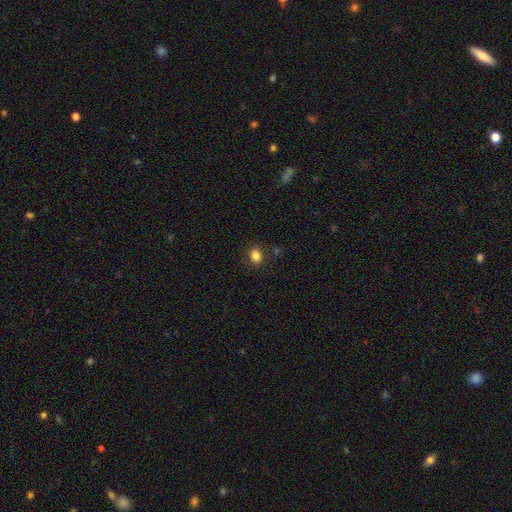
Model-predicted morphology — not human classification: smooth-or-featured: smooth: 84% | star or artifact: 11% | featured or disk: 5%
  how-rounded: round: 52% | in between: 47% | cigar-shaped: 1%
  merging: none: 86% | minor disturbance: 9% | major disturbance: 3% | merger: 2%